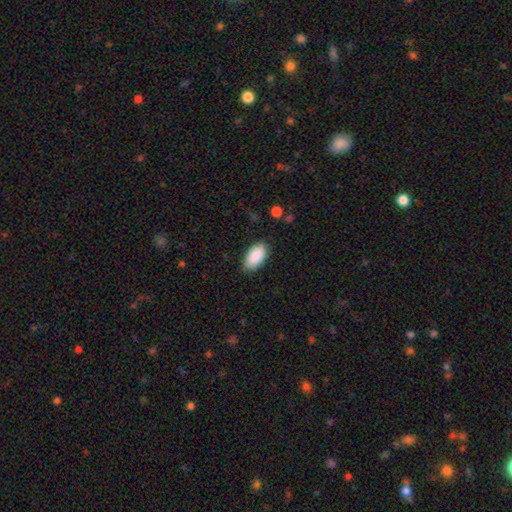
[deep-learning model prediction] This appears to be a smooth galaxy with no disk features (90%) that is in between round and cigar-shaped (95%). Merging: none (85%).